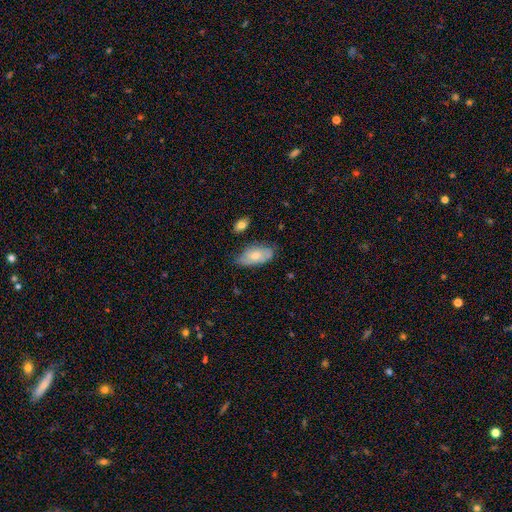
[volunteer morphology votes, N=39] Smooth or featured? 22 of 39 (56%) said smooth. How rounded? 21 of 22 (95%) said in between. Merging? 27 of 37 (73%) said none.